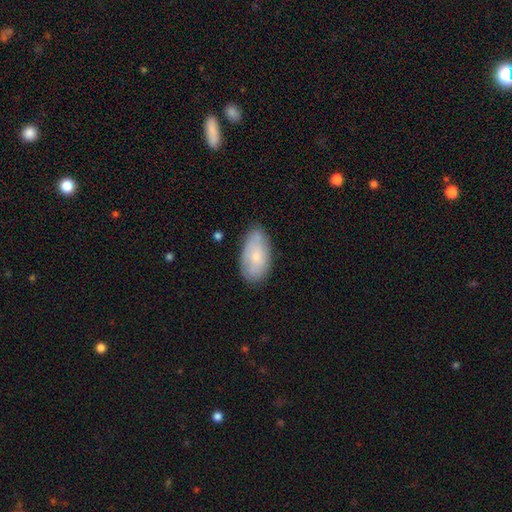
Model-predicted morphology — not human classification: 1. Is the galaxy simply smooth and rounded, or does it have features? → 69% smooth, 25% featured or disk, 6% star or artifact.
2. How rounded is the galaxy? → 94% in between, 3% round, 2% cigar-shaped.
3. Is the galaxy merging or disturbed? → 69% none, 24% minor disturbance, 5% major disturbance, 2% merger.